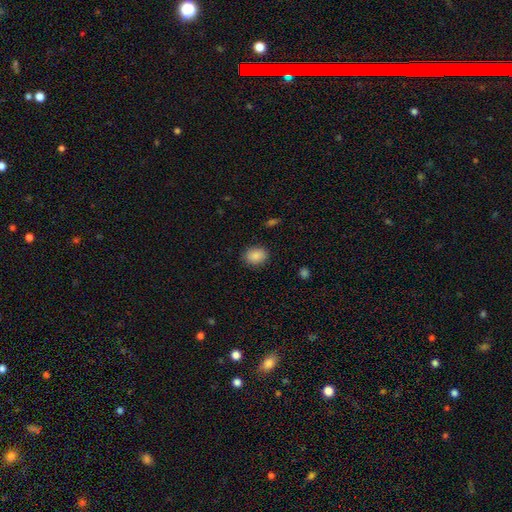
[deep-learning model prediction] Smooth or featured? Predicted: smooth (p=0.88). How rounded? Predicted: in between (p=0.58). Merging? Predicted: none (p=0.86).